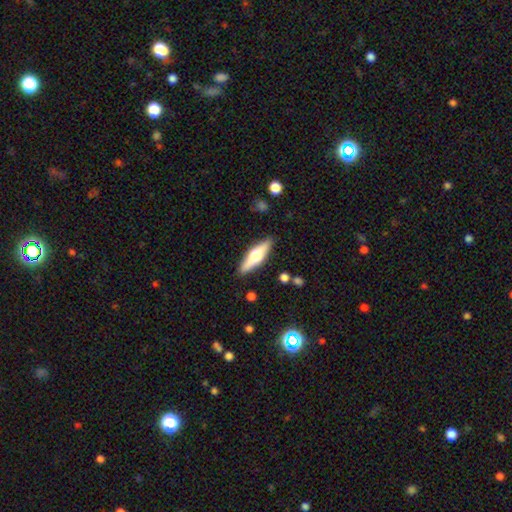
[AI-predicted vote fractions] Smooth or featured? featured or disk (49%)
Merging? none (88%)